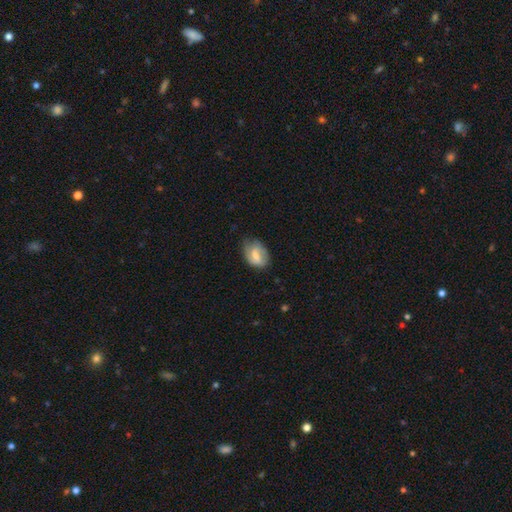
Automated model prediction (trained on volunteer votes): This is possibly a smooth galaxy (49%). Merging: possibly none (58%).